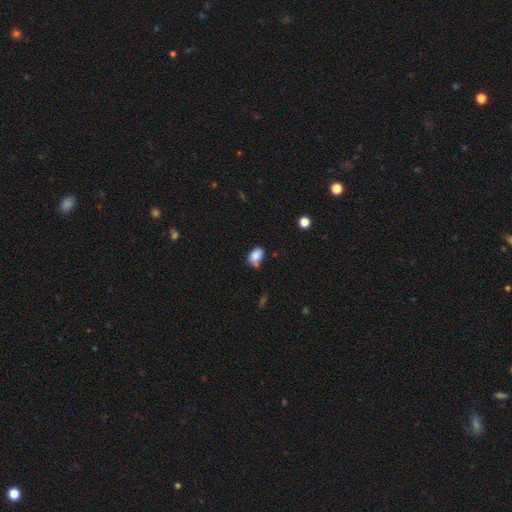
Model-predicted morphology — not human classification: This is clearly a smooth galaxy (84%). How rounded: clearly in between (87%). Merging: possibly none (54%).